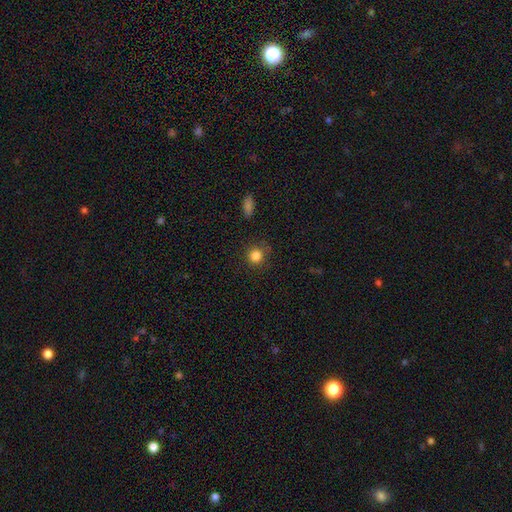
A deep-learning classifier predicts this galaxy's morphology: smooth-or-featured: smooth: 84% | star or artifact: 11% | featured or disk: 4%
  how-rounded: round: 89% | in between: 10% | cigar-shaped: 1%
  merging: none: 83% | minor disturbance: 12% | major disturbance: 4% | merger: 2%